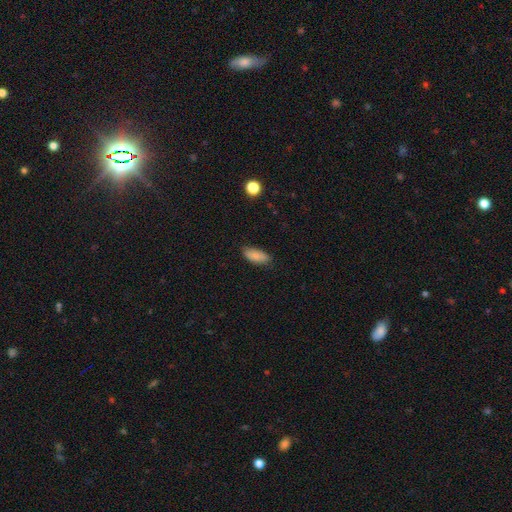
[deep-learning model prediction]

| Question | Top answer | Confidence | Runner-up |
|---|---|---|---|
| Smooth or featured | smooth | 83% | featured or disk (10%) |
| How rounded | in between | 84% | cigar-shaped (13%) |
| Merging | none | 79% | minor disturbance (17%) |